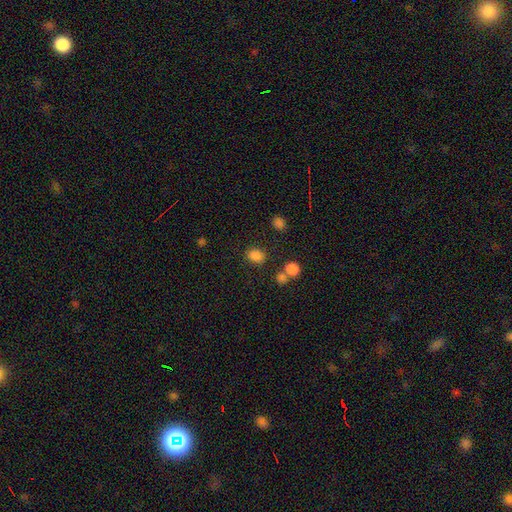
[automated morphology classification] The model was most divided on "how rounded": in between: 57%, round: 42%, cigar-shaped: 1%. More confident: smooth or featured — smooth (82%); merging — none (75%).